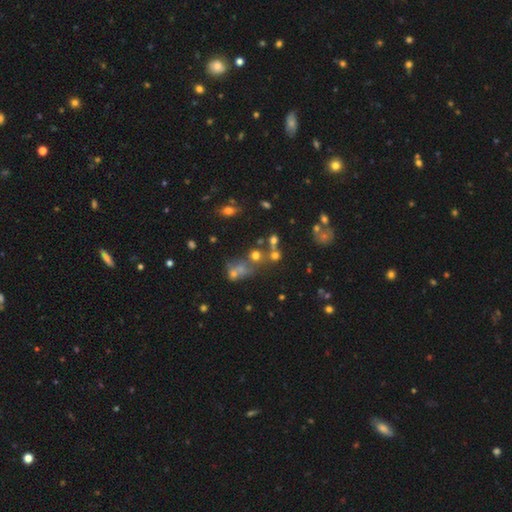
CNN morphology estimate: Smooth or featured: smooth — 54% (star or artifact — 27%)
How rounded: round — 74% (in between — 23%)
Merging: none — 45% (merger — 36%)